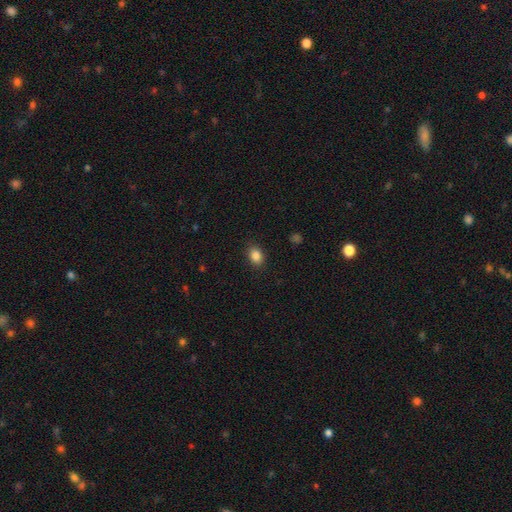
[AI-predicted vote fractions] Morphology: type=smooth (86%); roundness=in between (69%); merging=none (88%).